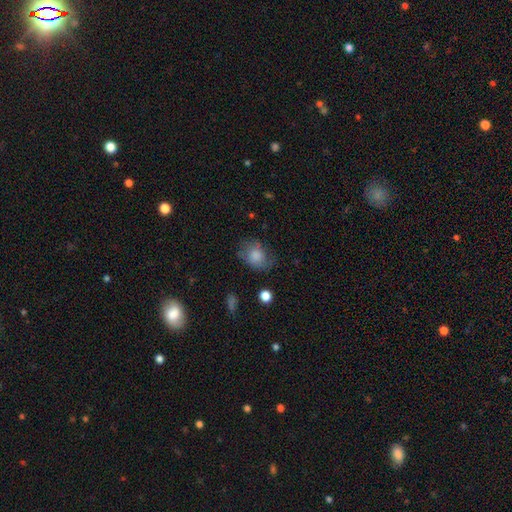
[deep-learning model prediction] Q: Smooth or featured?
A: smooth (72%); runner-up: featured or disk (19%)
Q: How rounded?
A: in between (59%); runner-up: round (40%)
Q: Merging?
A: none (55%); runner-up: minor disturbance (28%)